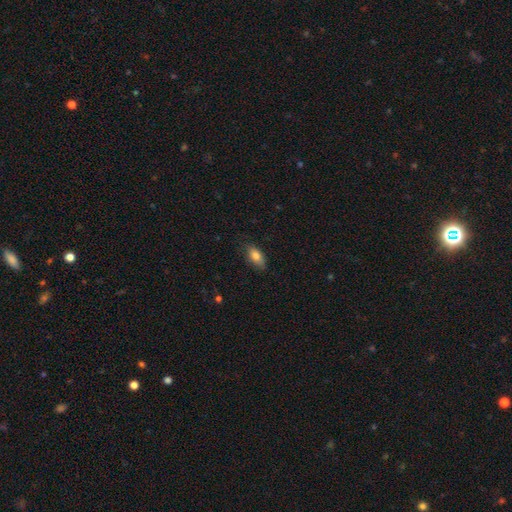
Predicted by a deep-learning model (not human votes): smooth-or-featured: smooth: 80% | featured or disk: 12% | star or artifact: 7%
  how-rounded: in between: 86% | cigar-shaped: 9% | round: 4%
  merging: none: 78% | minor disturbance: 18% | major disturbance: 3% | merger: 1%